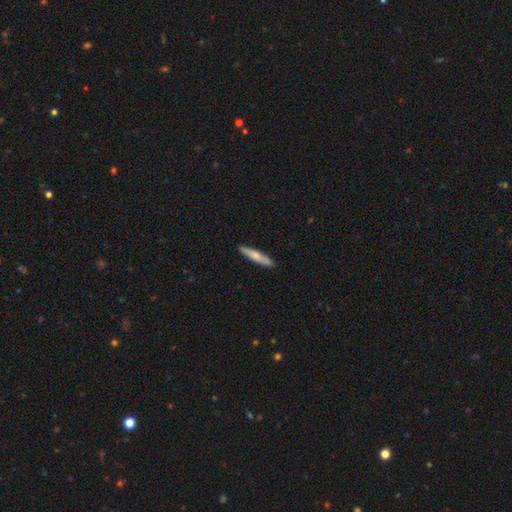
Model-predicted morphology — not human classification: smooth-or-featured: smooth: 66% | featured or disk: 29% | star or artifact: 5%
  how-rounded: cigar-shaped: 89% | in between: 10% | round: 2%
  merging: none: 91% | minor disturbance: 7% | major disturbance: 1% | merger: 1%